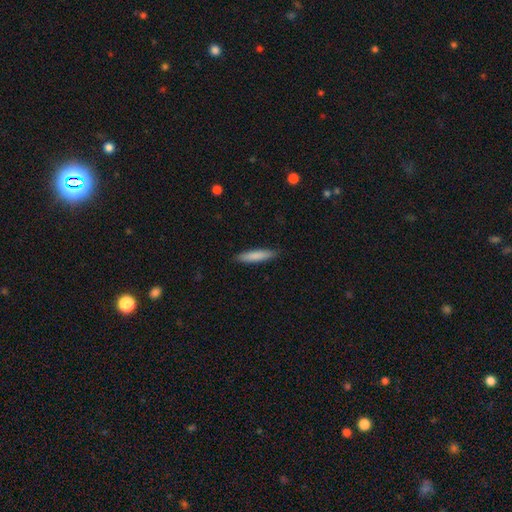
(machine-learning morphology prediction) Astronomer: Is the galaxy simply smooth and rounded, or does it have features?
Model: smooth — 84%.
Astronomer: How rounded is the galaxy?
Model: cigar-shaped — 84%.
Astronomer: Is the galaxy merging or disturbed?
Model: none — 89%.